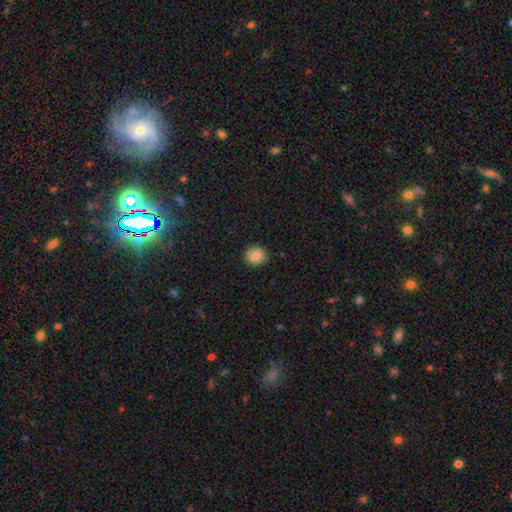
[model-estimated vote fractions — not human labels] A smooth galaxy with no disk features (86%) that is round (80%). Merging: none (90%).